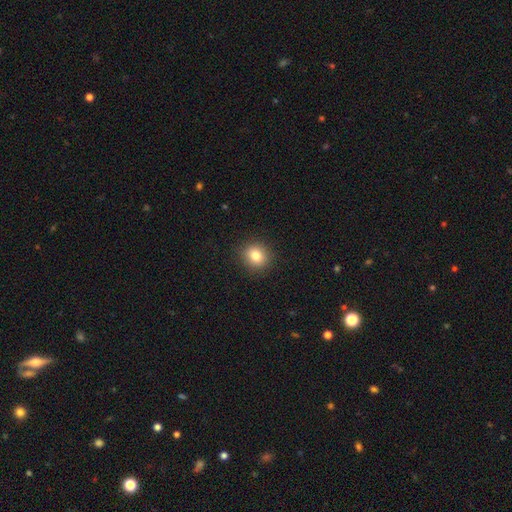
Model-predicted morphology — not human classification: smooth-or-featured: smooth: 82% | star or artifact: 11% | featured or disk: 7%
  how-rounded: round: 81% | in between: 18% | cigar-shaped: 1%
  merging: none: 91% | minor disturbance: 6% | major disturbance: 2% | merger: 1%